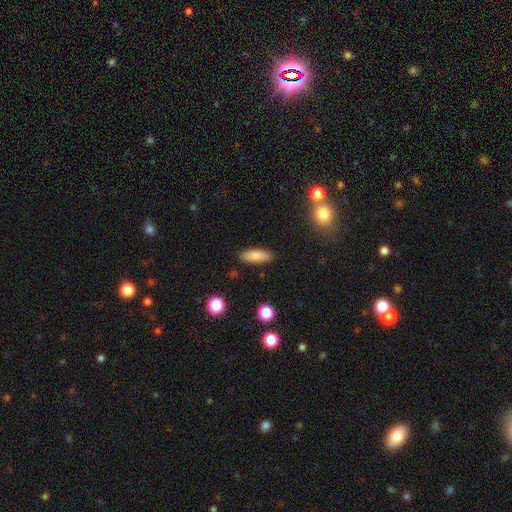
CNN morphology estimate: Overall: smooth (81%). How rounded: in between (63%; cigar-shaped 34%). Merging: none (87%).